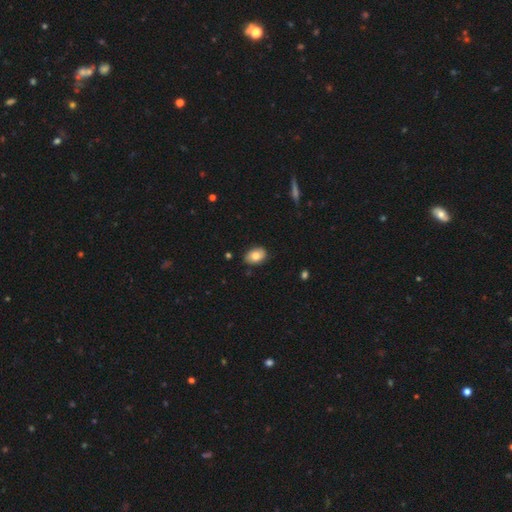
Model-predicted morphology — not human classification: smooth 79%, featured or disk 14%, star or artifact 7%. Down the decision tree: how rounded — in between (86%); merging — none (81%).